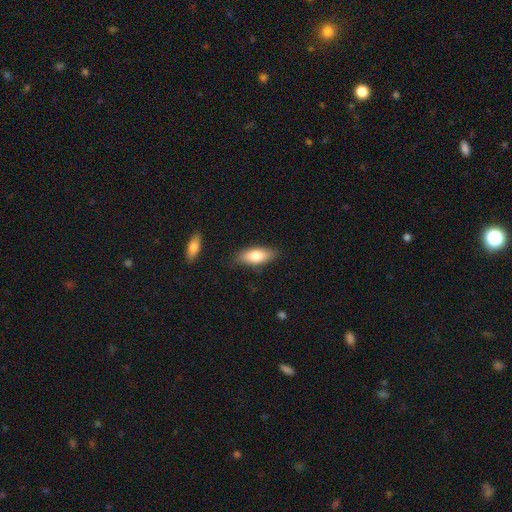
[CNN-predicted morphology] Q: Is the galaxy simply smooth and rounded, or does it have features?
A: smooth — 76%.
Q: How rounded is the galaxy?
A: in between — 77%.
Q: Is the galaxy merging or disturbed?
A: none — 83%.